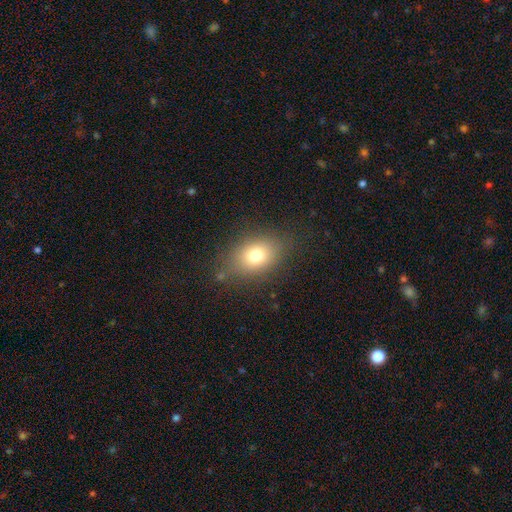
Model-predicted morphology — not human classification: Smooth or featured? smooth (74%)
How rounded? in between (69%)
Merging? none (79%)